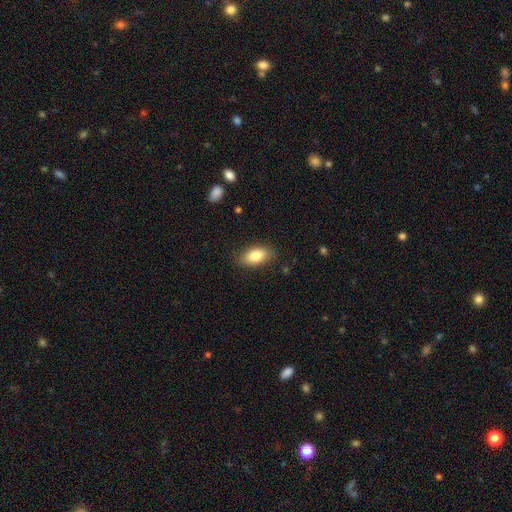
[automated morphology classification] Q: Smooth or featured?
A: smooth (82%); runner-up: featured or disk (11%)
Q: How rounded?
A: in between (90%); runner-up: cigar-shaped (6%)
Q: Merging?
A: none (84%); runner-up: minor disturbance (12%)